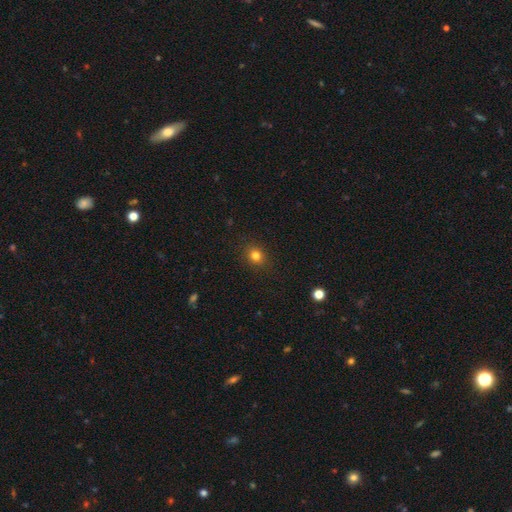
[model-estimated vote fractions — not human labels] smooth_or_featured: smooth (p=0.81) [alt: star or artifact p=0.13]
how_rounded: round (p=0.74) [alt: in between p=0.25]
merging: none (p=0.90) [alt: minor disturbance p=0.07]